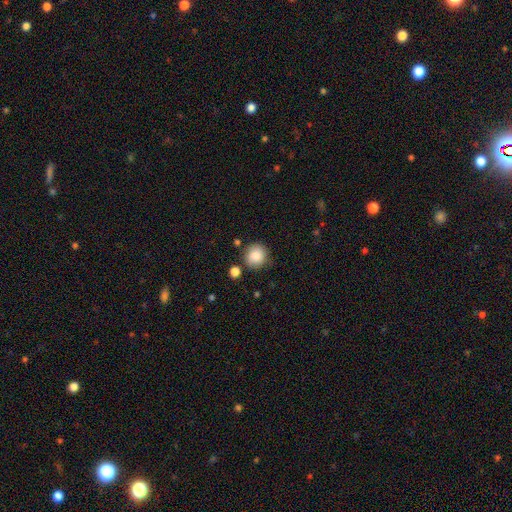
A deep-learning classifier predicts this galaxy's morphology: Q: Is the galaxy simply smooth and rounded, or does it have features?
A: smooth — 87%.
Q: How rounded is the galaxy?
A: round — 90%.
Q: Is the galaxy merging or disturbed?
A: none — 81%.